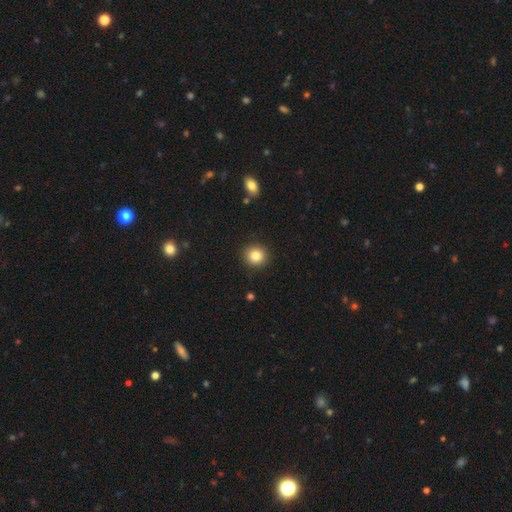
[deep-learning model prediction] This appears to be a smooth galaxy with no disk features (83%) that is round (91%). Merging: none (91%).